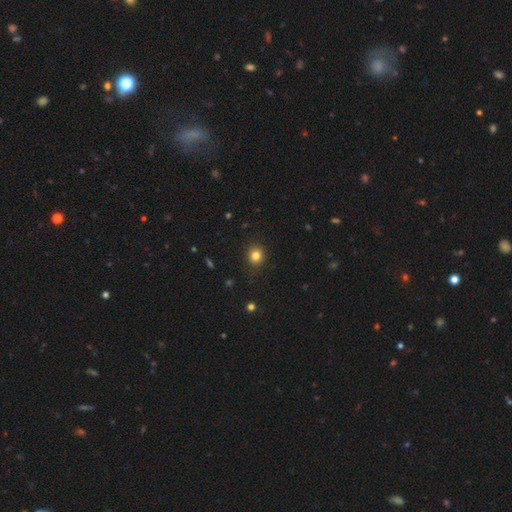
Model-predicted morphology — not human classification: smooth 82%, star or artifact 12%, featured or disk 6%. Down the decision tree: how rounded — round (81%); merging — none (89%).